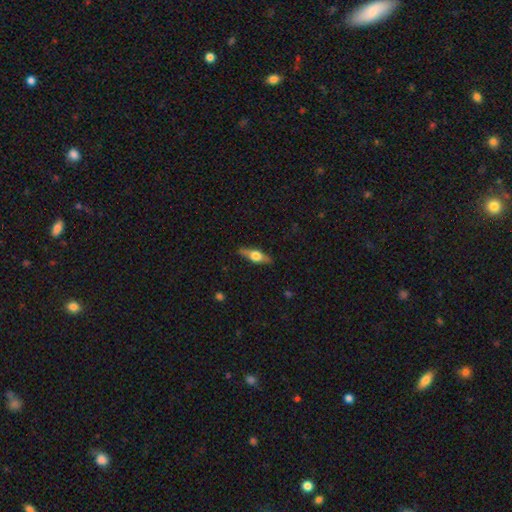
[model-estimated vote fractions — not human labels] featured or disk 58%, smooth 36%, star or artifact 6%. Down the decision tree: edge-on disk — yes (93%); edge-on bulge — rounded (94%); merging — none (87%).